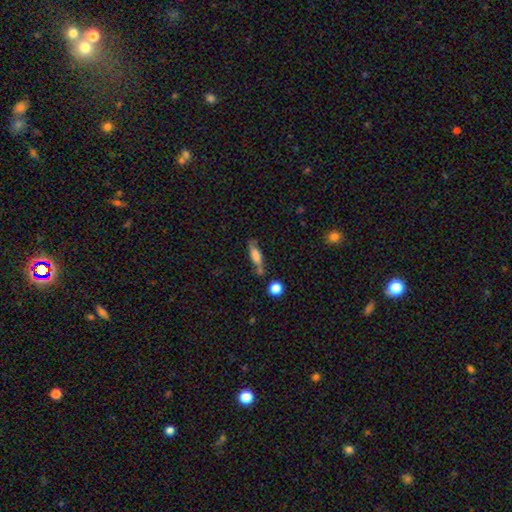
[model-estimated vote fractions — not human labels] smooth-or-featured: smooth: 61% | featured or disk: 29% | star or artifact: 10%
  how-rounded: cigar-shaped: 58% | in between: 38% | round: 5%
  merging: none: 61% | minor disturbance: 21% | merger: 10% | major disturbance: 7%